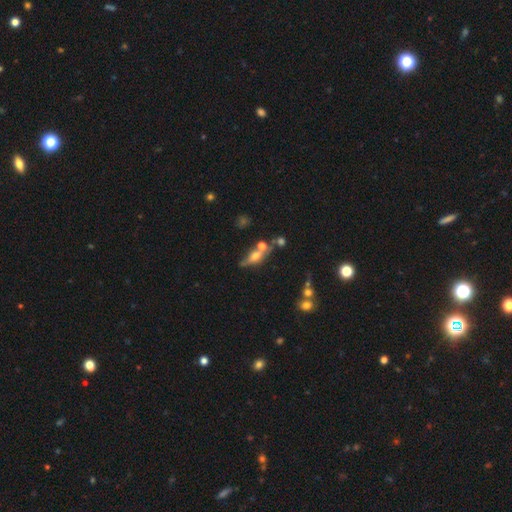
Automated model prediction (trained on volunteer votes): Smooth or featured?
  - smooth: 44% *
  - featured or disk: 43%
  - star or artifact: 13%
Merging?
  - none: 44% *
  - merger: 31%
  - minor disturbance: 16%
  - major disturbance: 9%